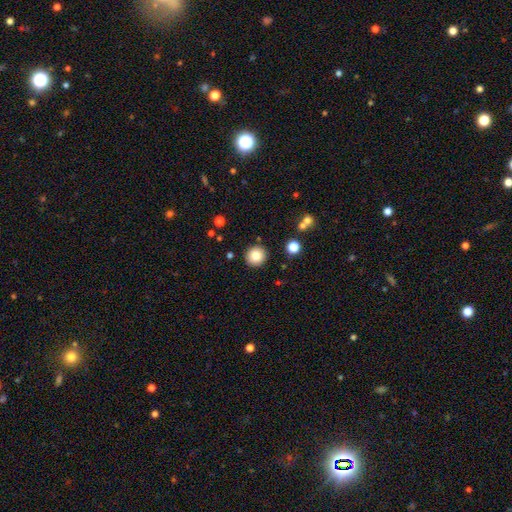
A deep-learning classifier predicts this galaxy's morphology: Smooth or featured? smooth (82%)
How rounded? round (95%)
Merging? none (90%)